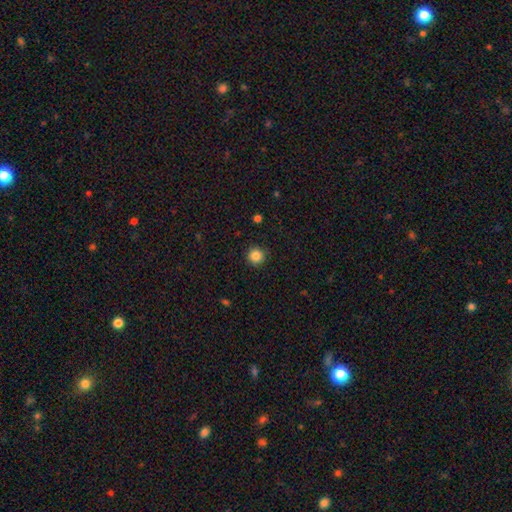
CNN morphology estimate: This is clearly a smooth galaxy (86%). How rounded: clearly round (95%). Merging: clearly none (92%).